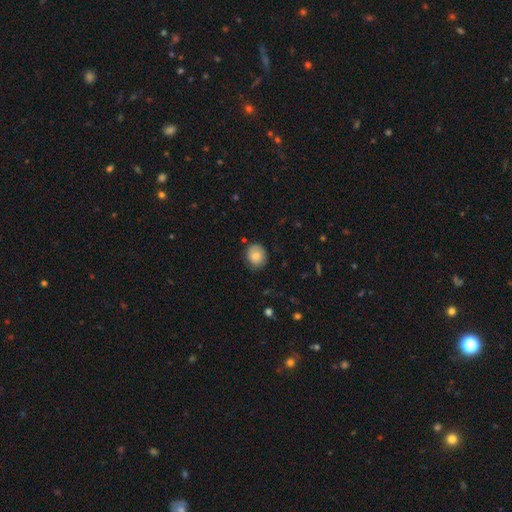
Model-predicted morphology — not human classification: type=smooth (82%); roundness=round (66%); merging=none (79%).